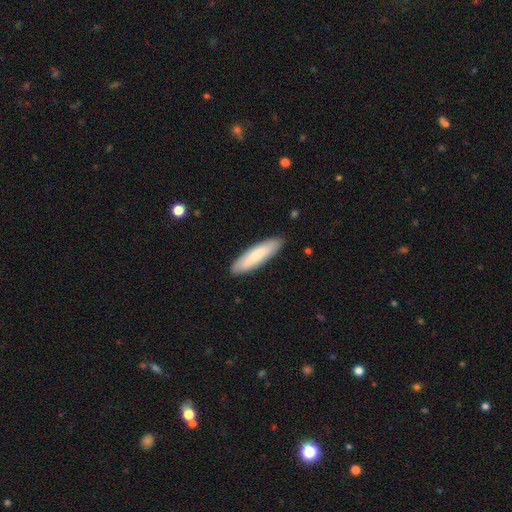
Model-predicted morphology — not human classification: Smooth or featured? smooth (67%)
How rounded? cigar-shaped (68%)
Merging? none (88%)